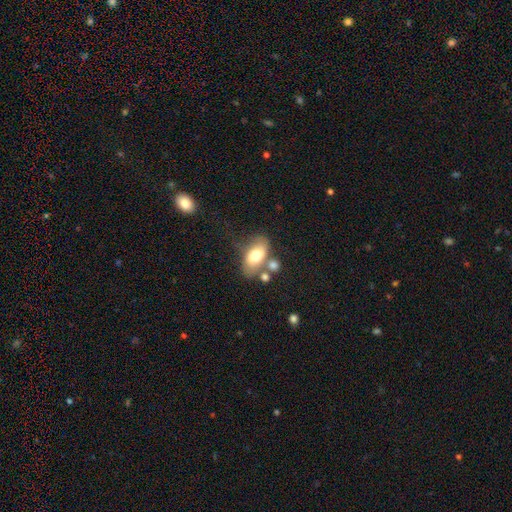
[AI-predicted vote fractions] Smooth or featured? Predicted: smooth (p=0.66). How rounded? Predicted: in between (p=0.90). Merging? Predicted: none (p=0.46).